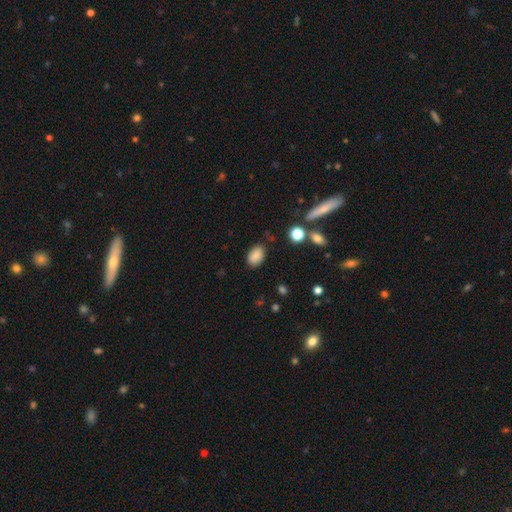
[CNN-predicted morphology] A smooth galaxy with no disk features (86%) that is in between round and cigar-shaped (86%). Merging: none (81%).